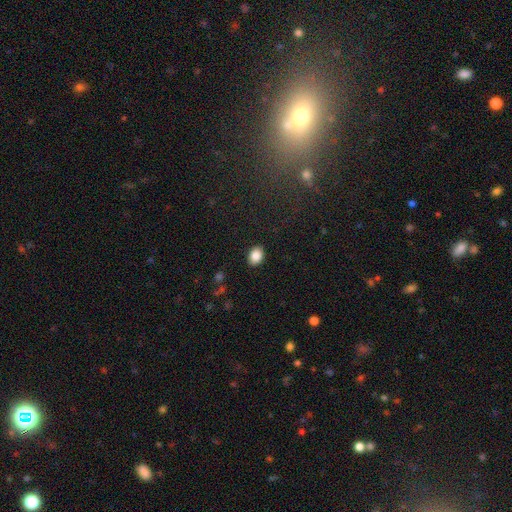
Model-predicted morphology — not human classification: A smooth galaxy with no disk features (86%) that is in between round and cigar-shaped (72%).

Vote fractions:
- Smooth or featured? smooth: 86% / star or artifact: 8% / featured or disk: 6%
- How rounded? in between: 72% / round: 27% / cigar-shaped: 1%
- Merging? none: 89% / minor disturbance: 8% / major disturbance: 2% / merger: 1%